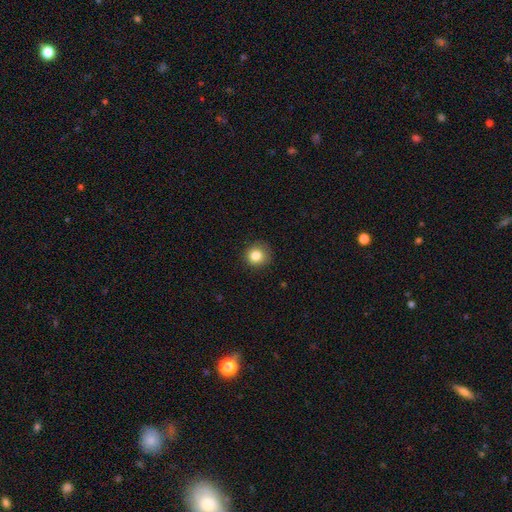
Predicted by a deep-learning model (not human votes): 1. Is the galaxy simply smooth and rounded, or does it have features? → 83% smooth, 11% star or artifact, 6% featured or disk.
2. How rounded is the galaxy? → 90% round, 9% in between, 1% cigar-shaped.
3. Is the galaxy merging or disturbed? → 85% none, 11% minor disturbance, 3% major disturbance, 1% merger.